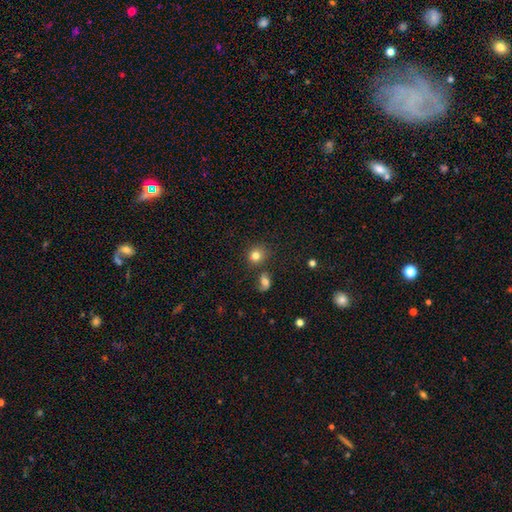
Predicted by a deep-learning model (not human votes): Morphology: type=smooth (80%); roundness=round (81%); merging=none (74%).